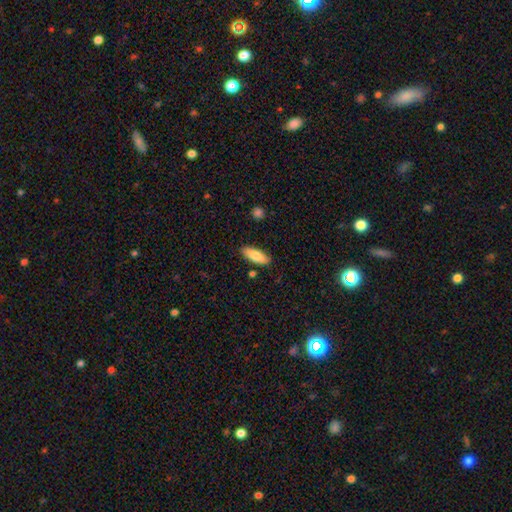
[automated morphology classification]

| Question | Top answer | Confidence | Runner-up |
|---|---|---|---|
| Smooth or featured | smooth | 79% | featured or disk (15%) |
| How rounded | in between | 70% | cigar-shaped (28%) |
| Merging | none | 85% | minor disturbance (11%) |